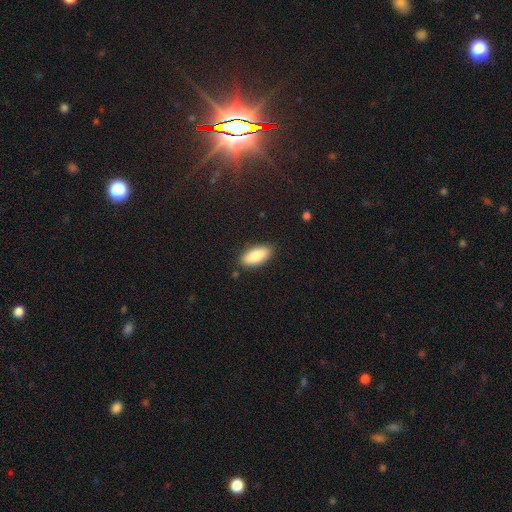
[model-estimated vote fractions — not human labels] Smooth or featured? smooth (86%)
How rounded? in between (88%)
Merging? none (85%)